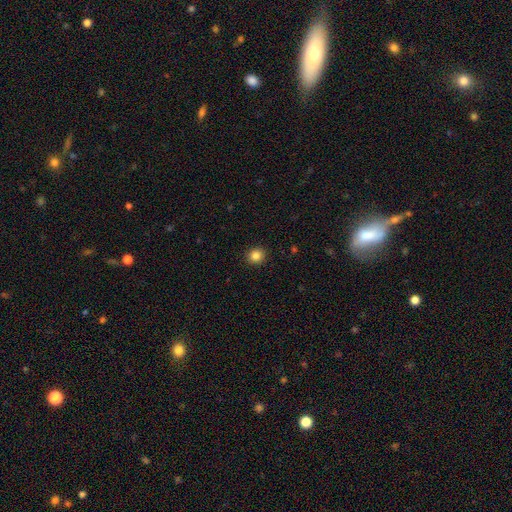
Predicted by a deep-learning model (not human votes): A smooth galaxy with no disk features (85%) that is round (87%). Merging: none (92%).